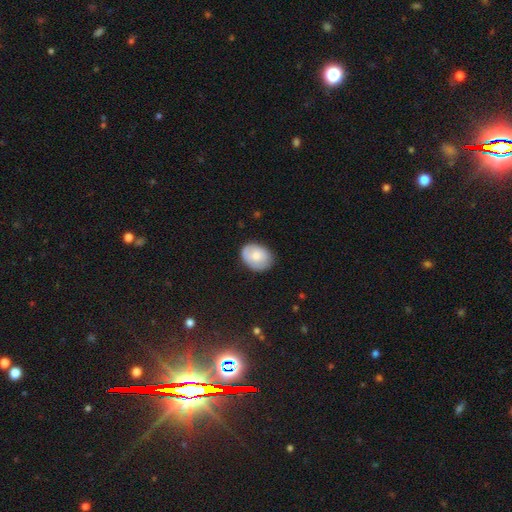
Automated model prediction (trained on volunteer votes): Smooth or featured?
  - smooth: 74% *
  - featured or disk: 19%
  - star or artifact: 7%
How rounded?
  - in between: 69% *
  - round: 30%
  - cigar-shaped: 1%
Merging?
  - none: 75% *
  - minor disturbance: 19%
  - major disturbance: 4%
  - merger: 1%